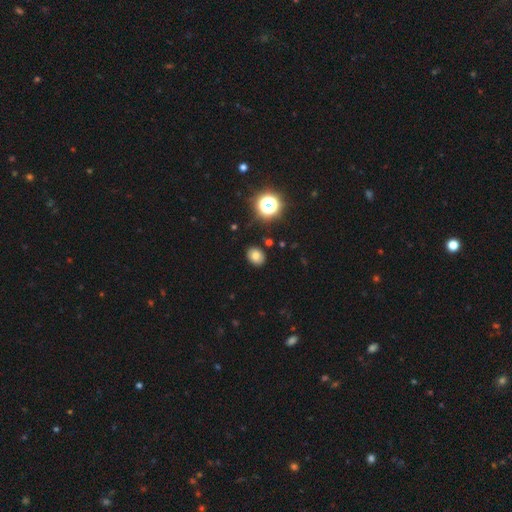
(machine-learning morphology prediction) smooth 76%, star or artifact 15%, featured or disk 9%. Down the decision tree: how rounded — in between (56%); merging — none (88%).